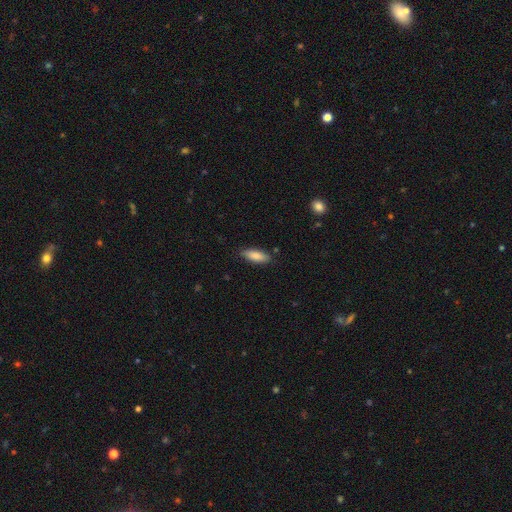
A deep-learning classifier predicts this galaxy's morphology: The model was most divided on "how rounded": in between: 68%, cigar-shaped: 30%, round: 2%. More confident: smooth or featured — smooth (86%); merging — none (84%).